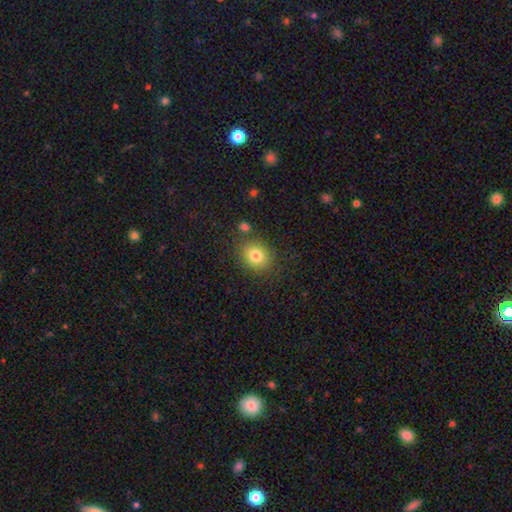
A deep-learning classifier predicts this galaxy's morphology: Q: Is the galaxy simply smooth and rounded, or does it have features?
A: smooth — 80%.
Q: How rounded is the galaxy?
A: round — 68%.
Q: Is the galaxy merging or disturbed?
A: none — 80%.